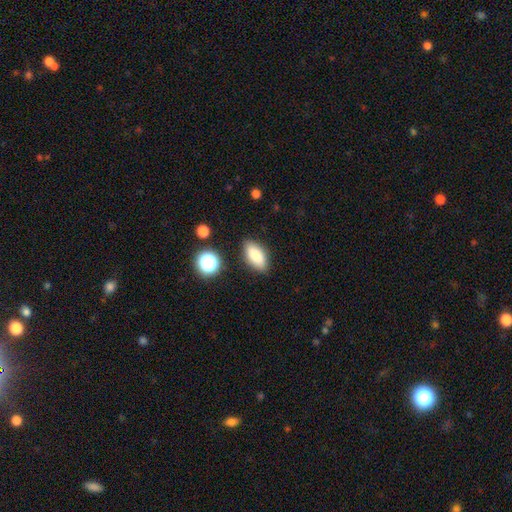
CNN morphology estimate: This appears to be a smooth galaxy with no disk features (83%) that is in between round and cigar-shaped (87%). Merging: none (84%).